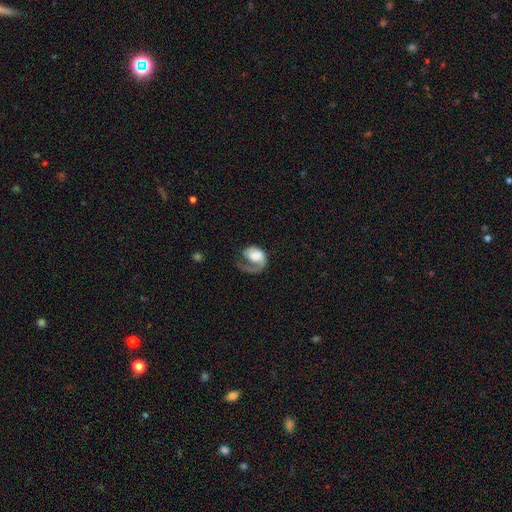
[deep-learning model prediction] Q: Smooth or featured?
A: featured or disk (65%); runner-up: smooth (29%)
Q: Edge-on disk?
A: no (98%); runner-up: yes (2%)
Q: Bar?
A: no (62%); runner-up: weak (29%)
Q: Spiral arms?
A: yes (87%); runner-up: no (13%)
Q: Spiral winding?
A: loose (39%); runner-up: medium (35%)
Q: Spiral arm count?
A: 1 (87%); runner-up: 2 (6%)
Q: Bulge size?
A: large (34%); runner-up: moderate (28%)
Q: Merging?
A: major disturbance (47%); runner-up: none (33%)